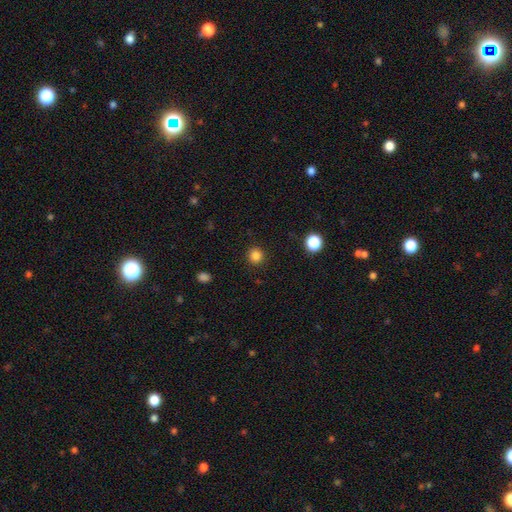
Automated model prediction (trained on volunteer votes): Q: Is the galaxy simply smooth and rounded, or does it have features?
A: smooth — 84%.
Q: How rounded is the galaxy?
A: round — 92%.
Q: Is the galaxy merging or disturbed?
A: none — 91%.